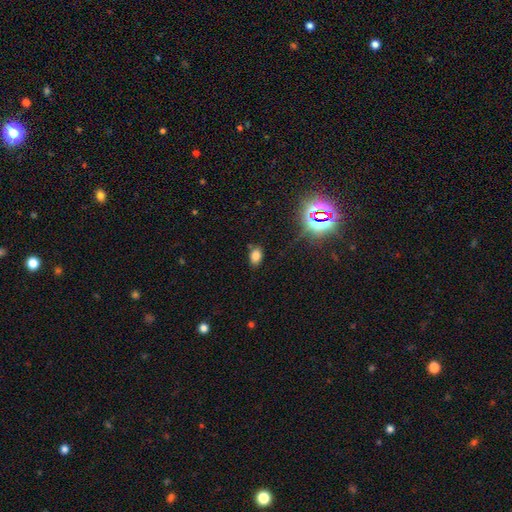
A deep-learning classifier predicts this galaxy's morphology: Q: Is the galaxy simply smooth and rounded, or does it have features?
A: smooth — 75%.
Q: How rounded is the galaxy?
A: in between — 82%.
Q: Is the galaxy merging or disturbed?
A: none — 81%.